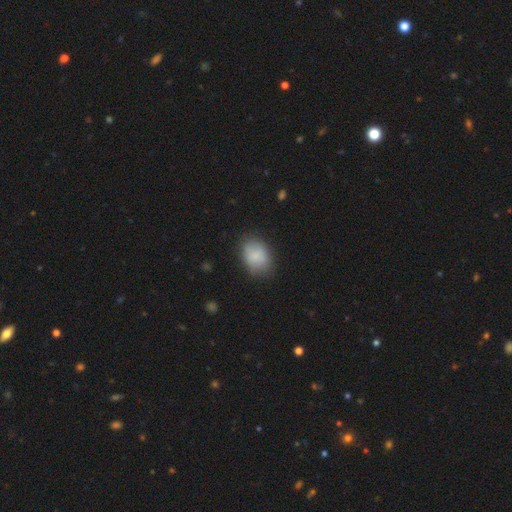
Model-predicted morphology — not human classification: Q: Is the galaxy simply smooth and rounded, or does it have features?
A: smooth — 82%.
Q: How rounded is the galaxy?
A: in between — 73%.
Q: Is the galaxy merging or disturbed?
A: none — 73%.